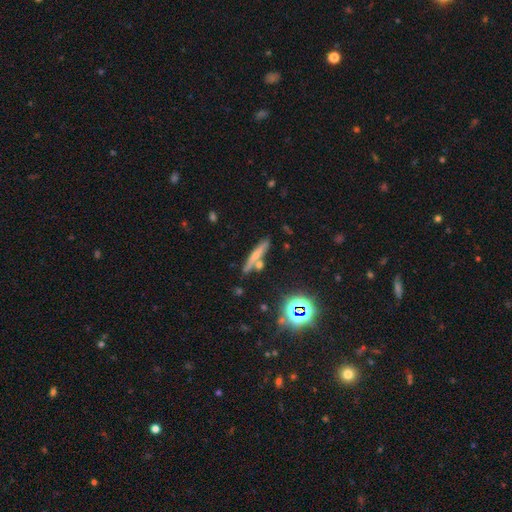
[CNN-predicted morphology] type=smooth (50%); roundness=cigar-shaped (86%); merging=none (71%).